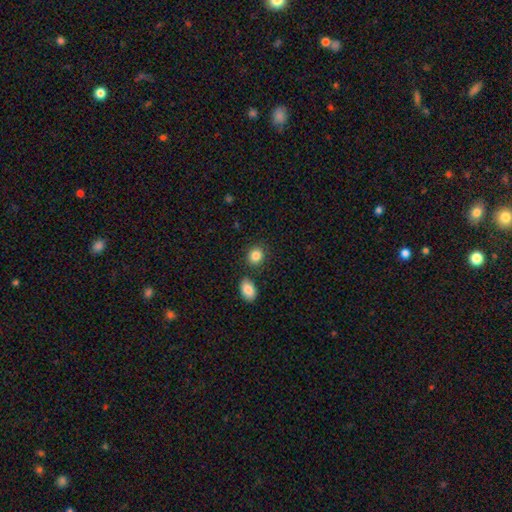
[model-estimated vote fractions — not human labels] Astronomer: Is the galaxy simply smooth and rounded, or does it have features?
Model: smooth — 87%.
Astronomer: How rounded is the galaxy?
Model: round — 68%.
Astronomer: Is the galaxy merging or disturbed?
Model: none — 80%.